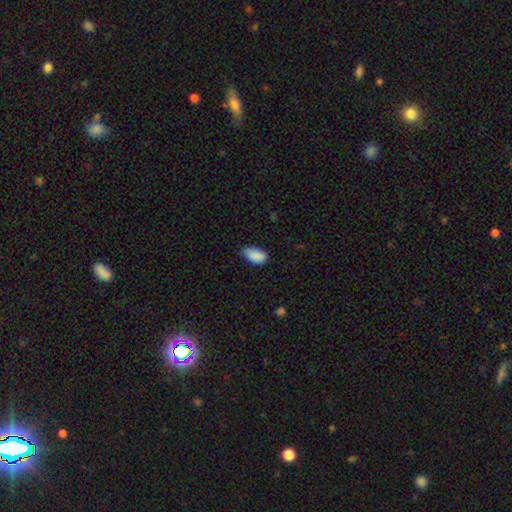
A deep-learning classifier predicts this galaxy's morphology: A smooth galaxy with no disk features (88%) that is in between round and cigar-shaped (94%). Merging: none (55%).